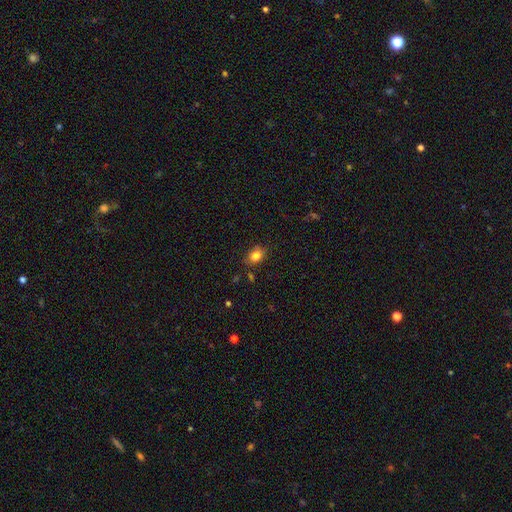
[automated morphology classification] This is clearly a smooth galaxy (82%). How rounded: likely in between (67%). Merging: likely none (79%).